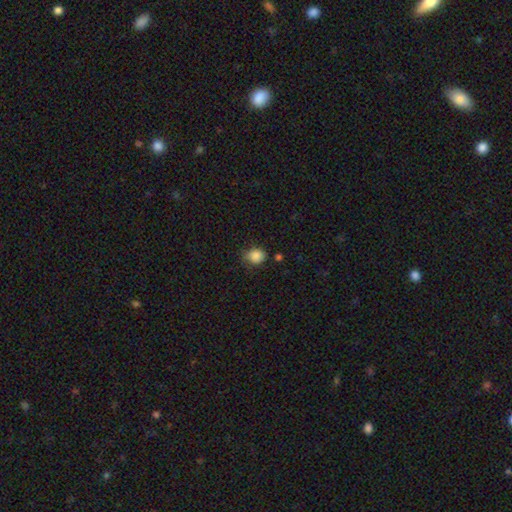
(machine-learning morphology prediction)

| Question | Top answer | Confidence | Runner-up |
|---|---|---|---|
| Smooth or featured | smooth | 85% | star or artifact (10%) |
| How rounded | round | 64% | in between (35%) |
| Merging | none | 67% | minor disturbance (24%) |